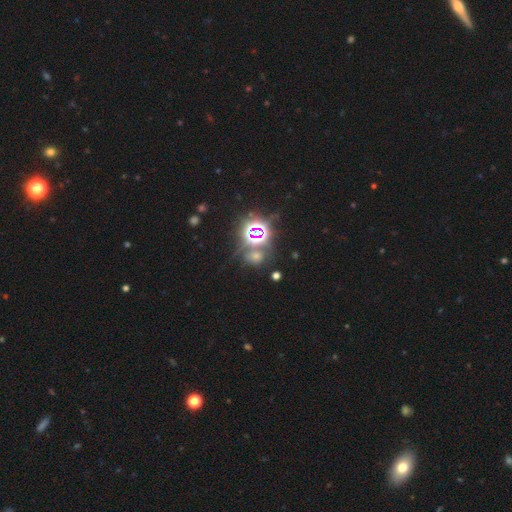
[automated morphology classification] Smooth or featured? star or artifact (68%)